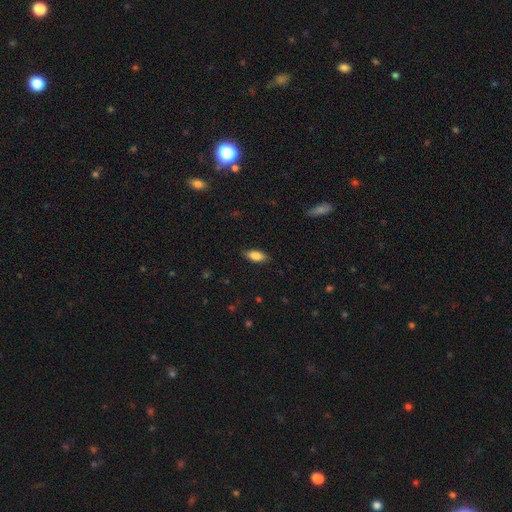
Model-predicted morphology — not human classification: This appears to be a smooth galaxy with no disk features (83%) that is in between round and cigar-shaped (84%). Merging: none (86%).